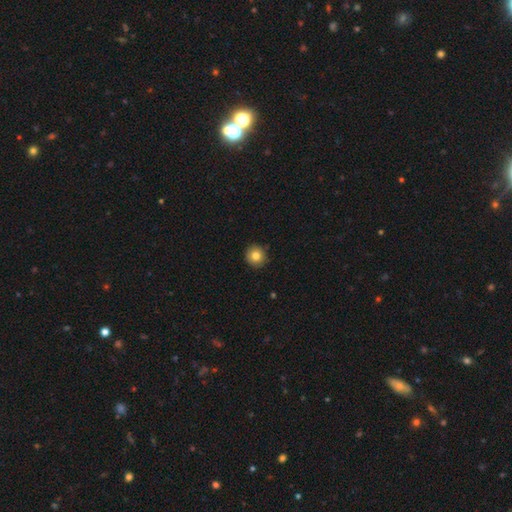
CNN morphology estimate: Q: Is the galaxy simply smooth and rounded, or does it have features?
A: smooth — 81%.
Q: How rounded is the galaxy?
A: round — 94%.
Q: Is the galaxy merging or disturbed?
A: none — 90%.